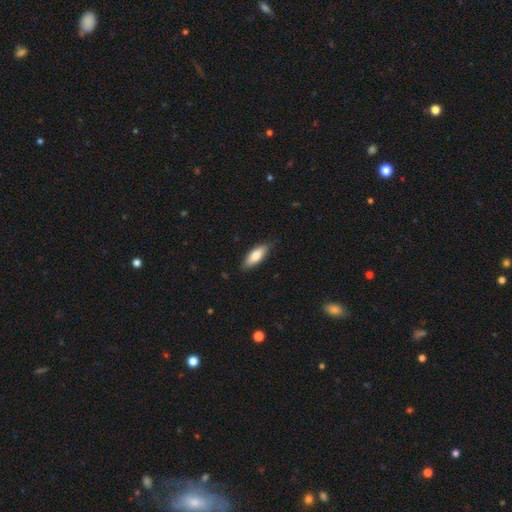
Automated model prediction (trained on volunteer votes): Overall: smooth (73%). How rounded: in between (69%). Merging: none (84%).